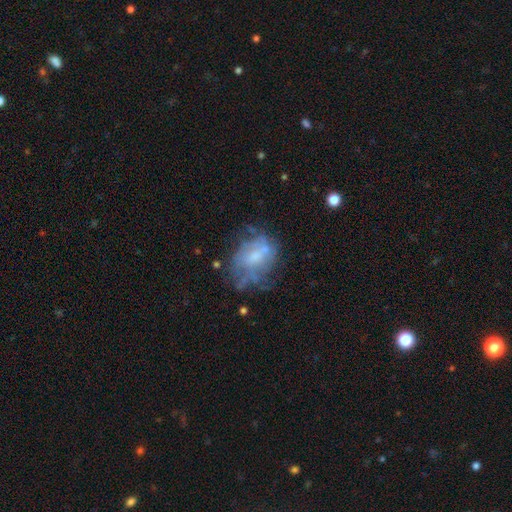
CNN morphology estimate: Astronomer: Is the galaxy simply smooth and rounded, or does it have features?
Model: featured or disk — 56% (runner-up: smooth, 33%).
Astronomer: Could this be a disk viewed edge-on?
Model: no — 97%.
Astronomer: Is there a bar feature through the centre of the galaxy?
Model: no — 67%.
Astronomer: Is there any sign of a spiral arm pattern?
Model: no — 65%.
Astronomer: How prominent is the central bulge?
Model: moderate — 38% (runner-up: small, 37%).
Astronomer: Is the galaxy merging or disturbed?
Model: none — 44% (runner-up: minor disturbance, 25%).